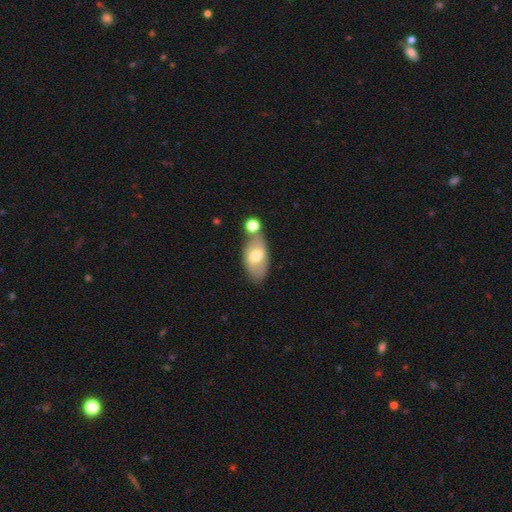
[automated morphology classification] This is likely a smooth galaxy (64%). How rounded: clearly in between (92%). Merging: possibly none (57%).